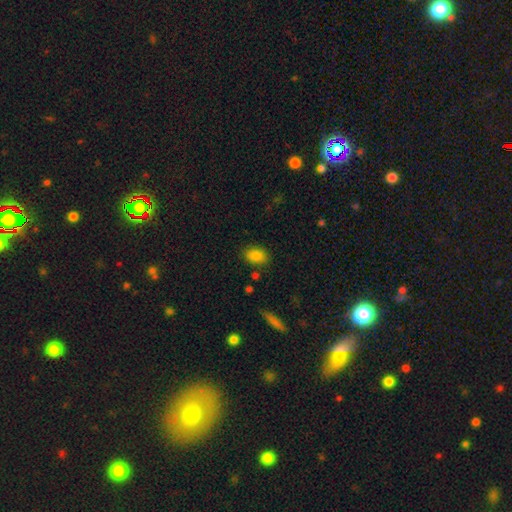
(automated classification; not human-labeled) Smooth or featured? Predicted: smooth (p=0.87). How rounded? Predicted: in between (p=0.84). Merging? Predicted: none (p=0.83).